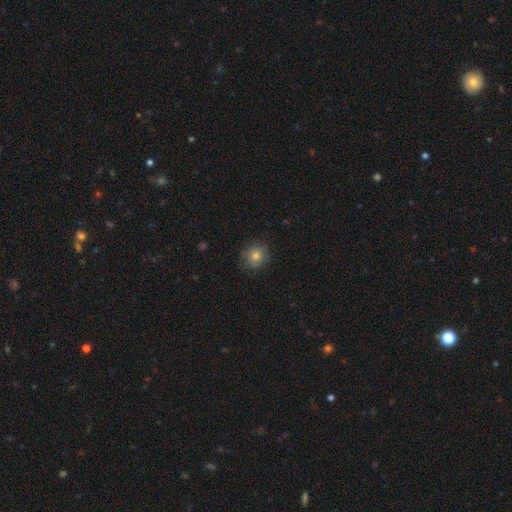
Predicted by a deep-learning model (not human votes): A smooth galaxy with no disk features (78%) that is round (85%). Merging: none (84%).